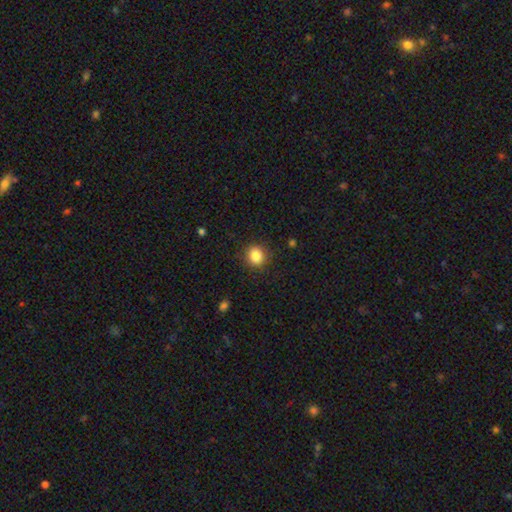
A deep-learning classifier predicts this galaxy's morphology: Smooth or featured? smooth (86%)
How rounded? round (83%)
Merging? none (88%)